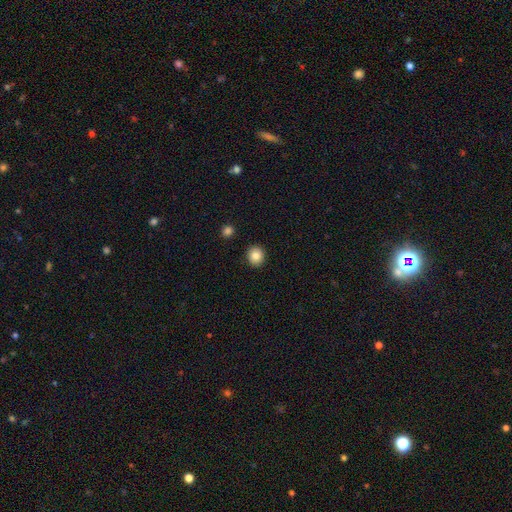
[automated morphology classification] smooth_or_featured: smooth (p=0.84) [alt: star or artifact p=0.09]
how_rounded: round (p=0.86) [alt: in between p=0.13]
merging: none (p=0.92) [alt: minor disturbance p=0.05]